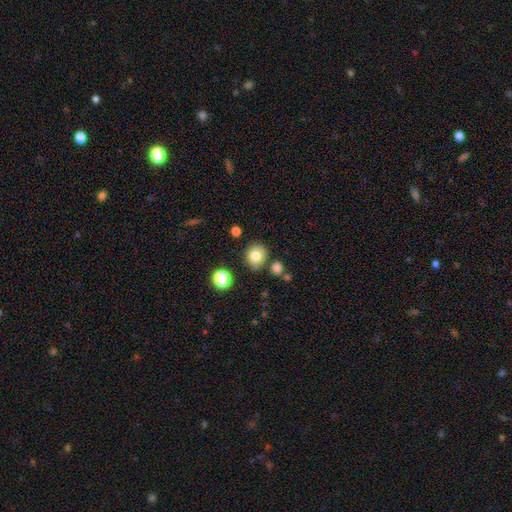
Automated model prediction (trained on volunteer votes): A smooth galaxy with no disk features (79%) that is round (82%). Merging: none (77%).